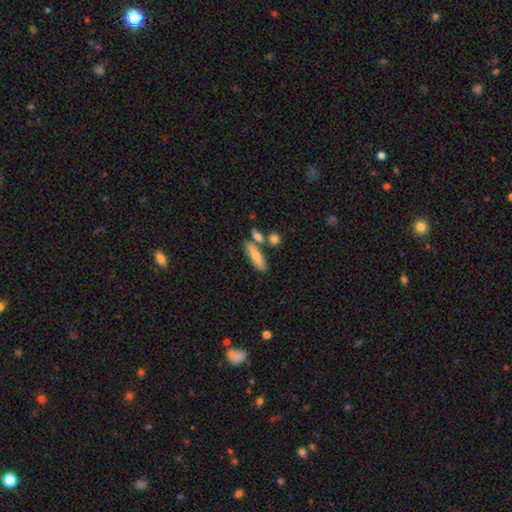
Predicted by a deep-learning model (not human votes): Morphology: type=smooth (61%); roundness=cigar-shaped (62%); merging=none (65%).